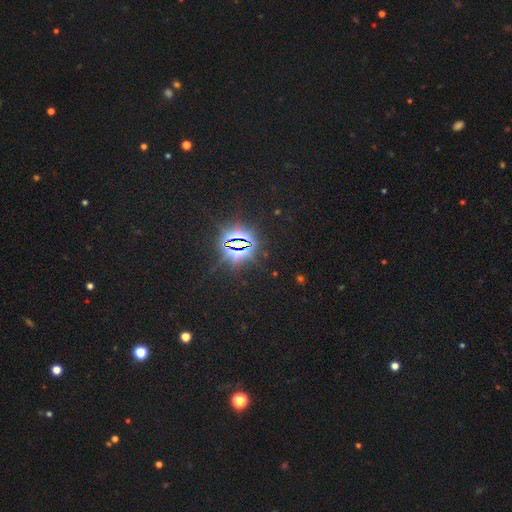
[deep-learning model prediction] Overall: star or artifact (84%).